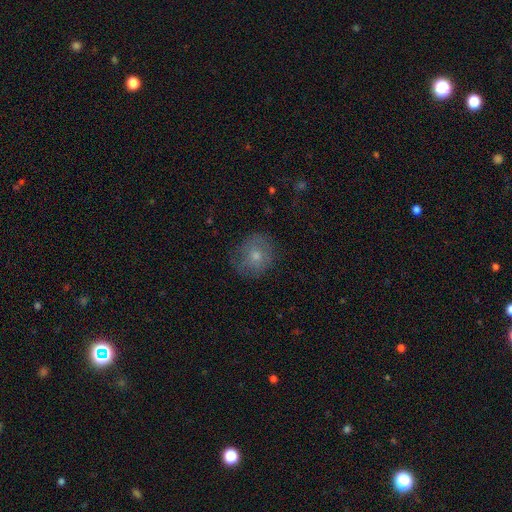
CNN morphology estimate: This is possibly a smooth galaxy (59%). How rounded: likely round (78%). Merging: likely none (75%).